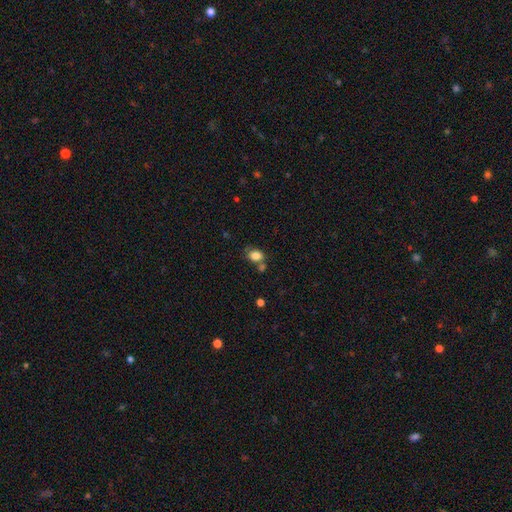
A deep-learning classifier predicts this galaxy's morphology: Smooth or featured: smooth — 83% (star or artifact — 10%)
How rounded: in between — 52% (round — 47%)
Merging: none — 57% (merger — 20%)